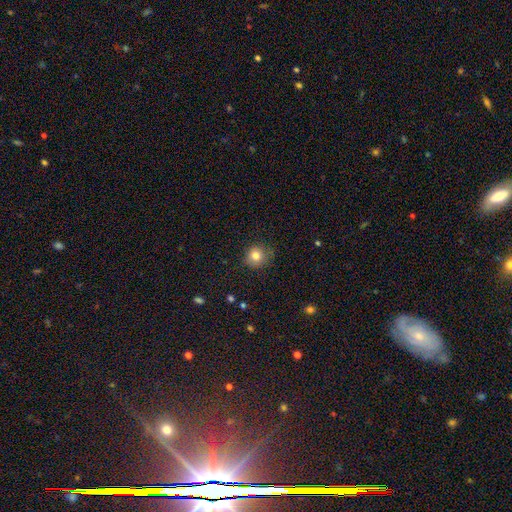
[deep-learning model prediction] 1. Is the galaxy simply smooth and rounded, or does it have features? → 81% smooth, 11% star or artifact, 7% featured or disk.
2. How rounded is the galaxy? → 89% round, 10% in between, 1% cigar-shaped.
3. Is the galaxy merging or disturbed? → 84% none, 12% minor disturbance, 3% major disturbance, 1% merger.